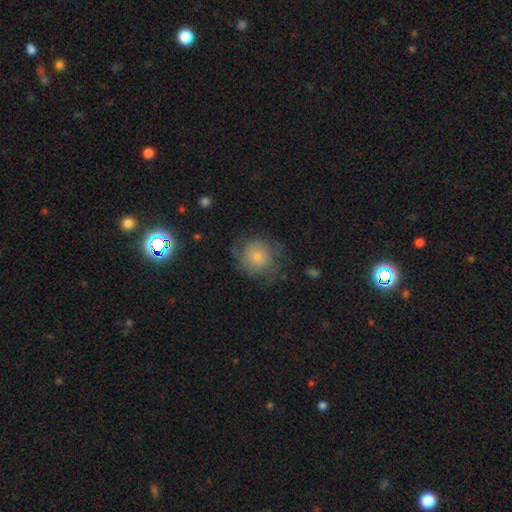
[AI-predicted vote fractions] The model was most divided on "smooth or featured": smooth: 48%, featured or disk: 35%, star or artifact: 17%. More confident: merging — none (68%).